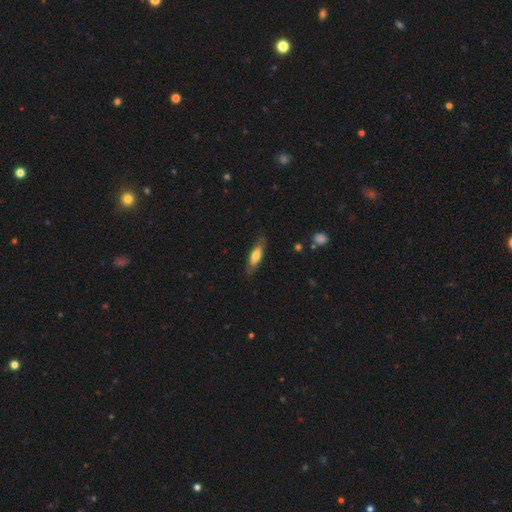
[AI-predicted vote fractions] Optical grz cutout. It shows a smooth galaxy with no disk features (59%) that is in between round and cigar-shaped (53%). Merging: none (79%).